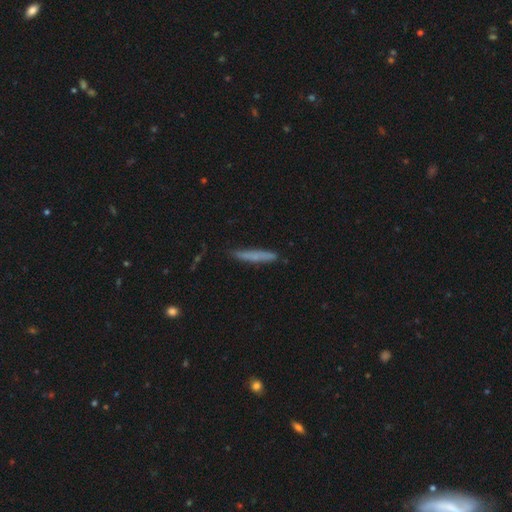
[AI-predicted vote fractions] A smooth galaxy with no disk features (67%) that is cigar-shaped (94%).

Vote fractions:
- Smooth or featured? smooth: 67% / featured or disk: 25% / star or artifact: 8%
- How rounded? cigar-shaped: 94% / in between: 4% / round: 1%
- Merging? none: 84% / minor disturbance: 12% / major disturbance: 2% / merger: 2%